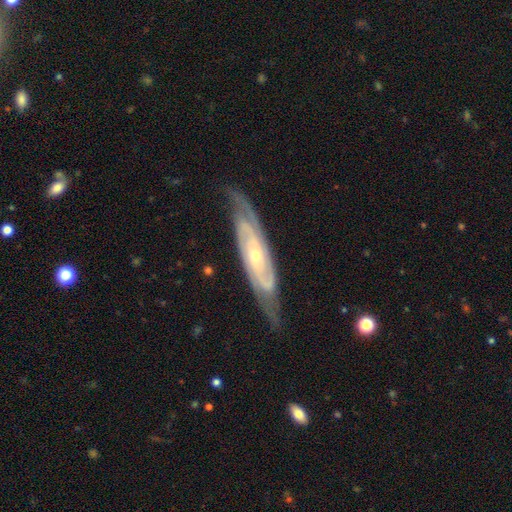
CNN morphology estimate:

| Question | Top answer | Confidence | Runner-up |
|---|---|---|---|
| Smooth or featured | featured or disk | 88% | smooth (8%) |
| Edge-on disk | no | 80% | yes (20%) |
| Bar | no | 63% | weak (26%) |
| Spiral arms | yes | 96% | no (4%) |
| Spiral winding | tight | 61% | medium (32%) |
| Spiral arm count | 2 | 59% | can't tell (20%) |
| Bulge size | small | 72% | moderate (25%) |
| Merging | none | 76% | minor disturbance (17%) |